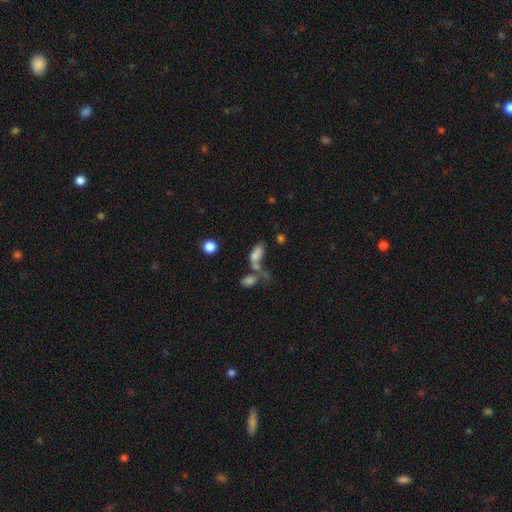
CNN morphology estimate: Q: Smooth or featured?
A: smooth (71%); runner-up: featured or disk (16%)
Q: How rounded?
A: in between (83%); runner-up: cigar-shaped (11%)
Q: Merging?
A: merger (51%); runner-up: none (23%)